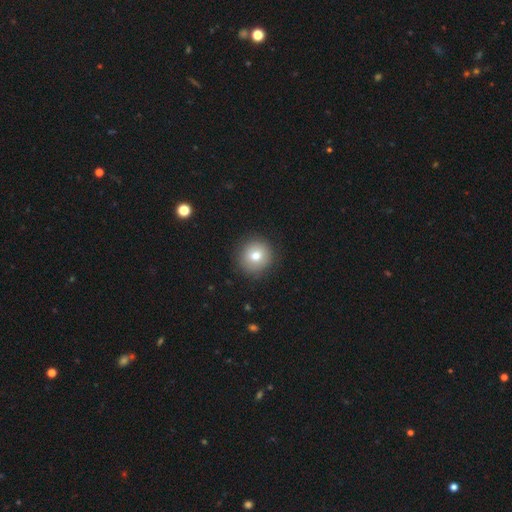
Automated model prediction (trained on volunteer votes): Q: Smooth or featured?
A: smooth (78%); runner-up: featured or disk (12%)
Q: How rounded?
A: round (93%); runner-up: in between (6%)
Q: Merging?
A: none (89%); runner-up: minor disturbance (8%)